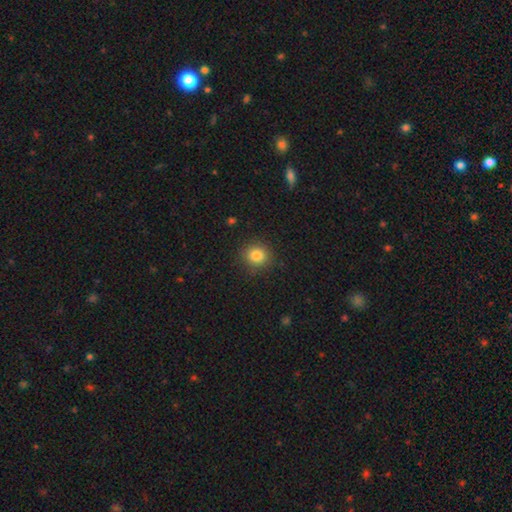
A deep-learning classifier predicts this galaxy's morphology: Smooth or featured: smooth — 84% (star or artifact — 11%)
How rounded: round — 86% (in between — 14%)
Merging: none — 89% (minor disturbance — 8%)